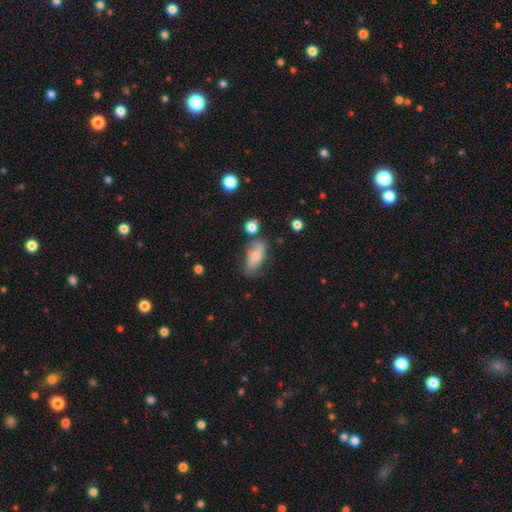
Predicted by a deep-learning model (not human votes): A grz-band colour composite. It shows a smooth galaxy with no disk features (65%) that is in between round and cigar-shaped (86%). Merging: none (62%).